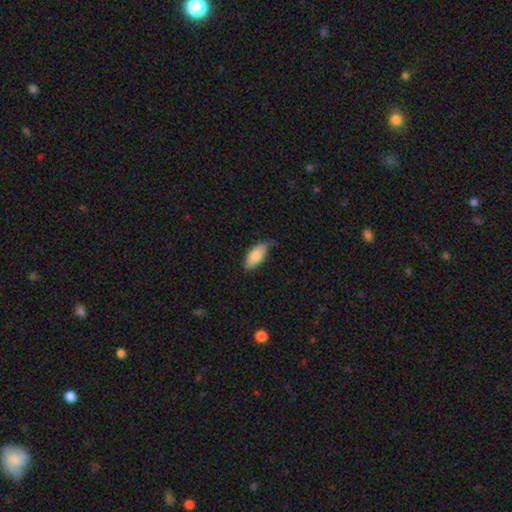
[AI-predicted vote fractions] smooth_or_featured: smooth (p=0.84) [alt: featured or disk p=0.11]
how_rounded: in between (p=0.88) [alt: cigar-shaped p=0.10]
merging: none (p=0.59) [alt: minor disturbance p=0.34]